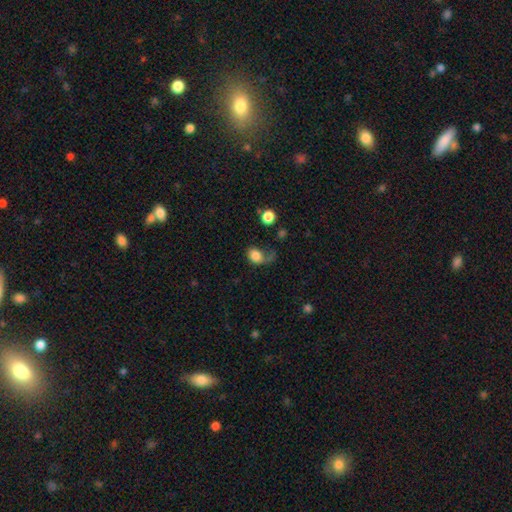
Overall: smooth (79%). How rounded: in between (58%; round 42%). Merging: minor disturbance (39%; none 29%).